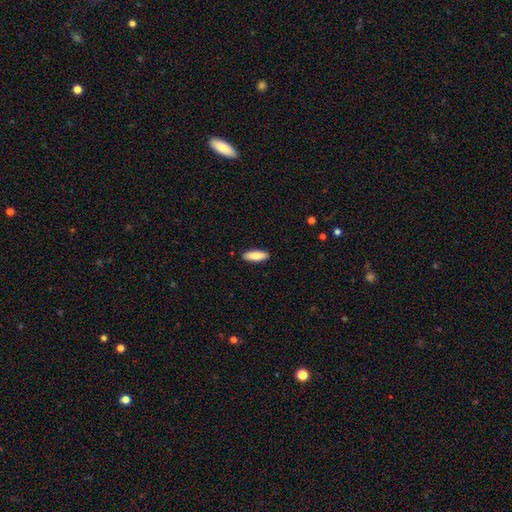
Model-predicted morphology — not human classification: The model was most divided on "how rounded": in between: 57%, cigar-shaped: 41%, round: 2%. More confident: merging — none (90%); smooth or featured — smooth (86%).